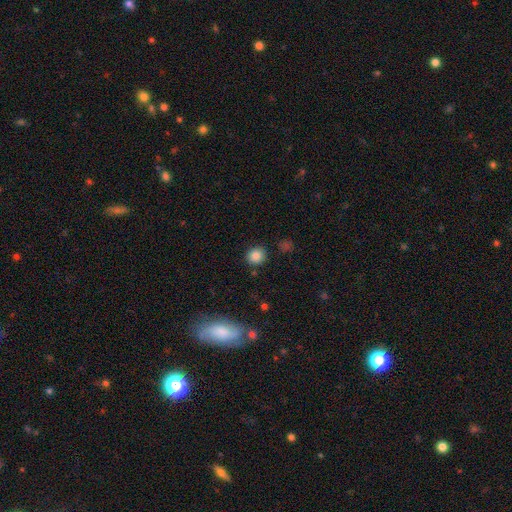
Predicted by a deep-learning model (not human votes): A smooth galaxy with no disk features (85%) that is round (86%). Merging: none (86%).